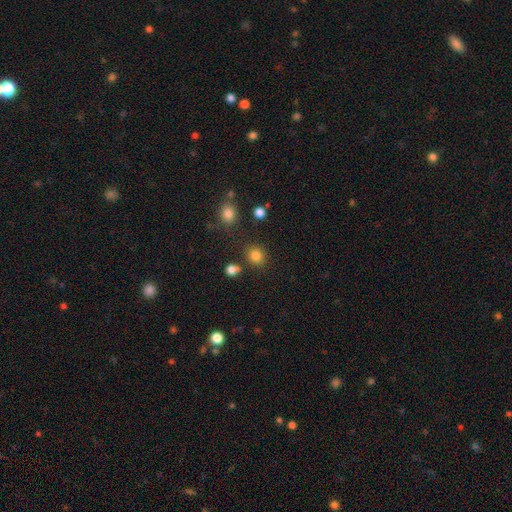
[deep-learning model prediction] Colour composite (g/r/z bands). It shows a smooth galaxy with no disk features (83%) that is round (81%). Merging: none (80%).